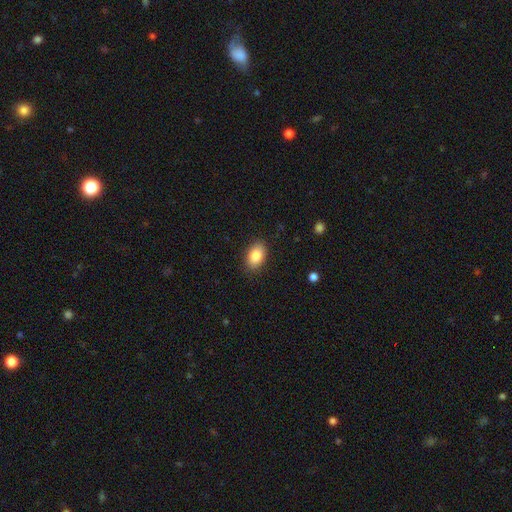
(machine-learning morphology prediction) Q: Smooth or featured?
A: smooth (87%); runner-up: star or artifact (7%)
Q: How rounded?
A: in between (89%); runner-up: round (10%)
Q: Merging?
A: none (87%); runner-up: minor disturbance (10%)